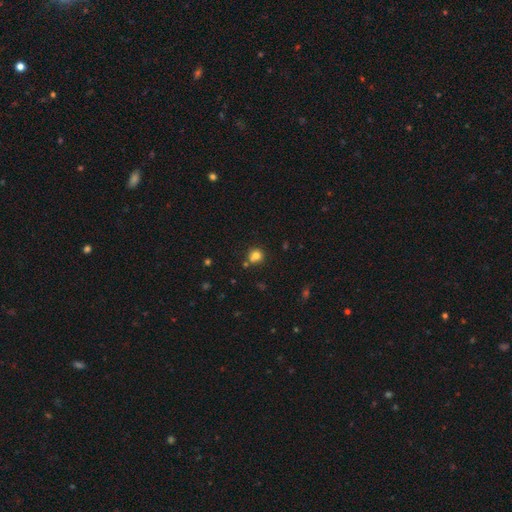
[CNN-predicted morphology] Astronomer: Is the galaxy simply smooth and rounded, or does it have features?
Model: smooth — 78%.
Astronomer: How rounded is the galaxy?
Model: round — 89%.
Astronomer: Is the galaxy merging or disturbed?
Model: none — 68%.